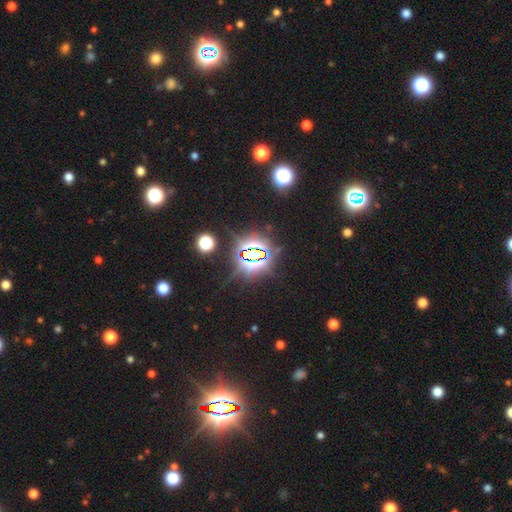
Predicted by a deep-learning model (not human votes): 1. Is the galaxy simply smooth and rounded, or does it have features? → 83% star or artifact, 11% smooth, 6% featured or disk.